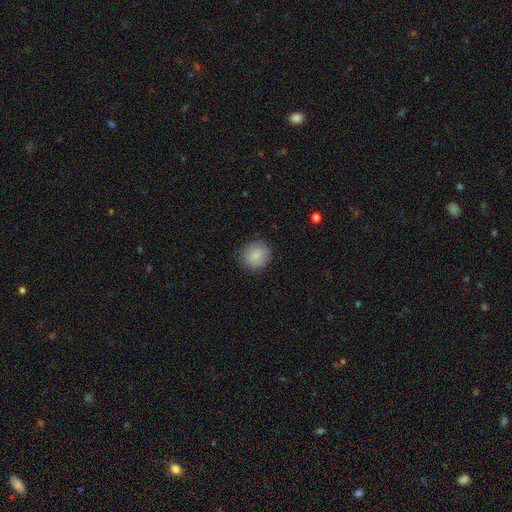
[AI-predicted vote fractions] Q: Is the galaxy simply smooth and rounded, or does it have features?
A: smooth — 88%.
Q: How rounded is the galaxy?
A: round — 84%.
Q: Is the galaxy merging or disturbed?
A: none — 84%.